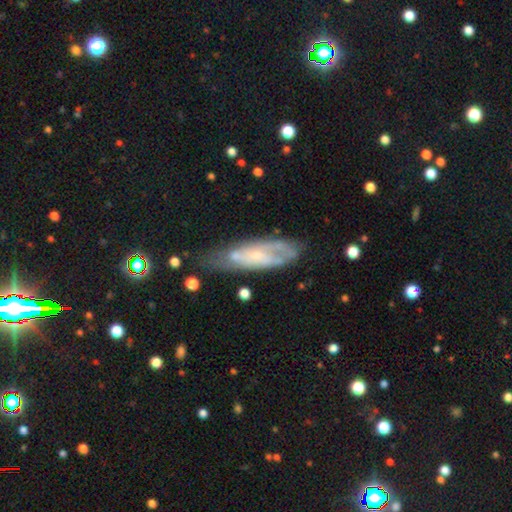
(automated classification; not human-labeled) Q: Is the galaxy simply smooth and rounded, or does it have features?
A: featured or disk — 59%.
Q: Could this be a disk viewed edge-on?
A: no — 75%.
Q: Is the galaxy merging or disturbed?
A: none — 53%.